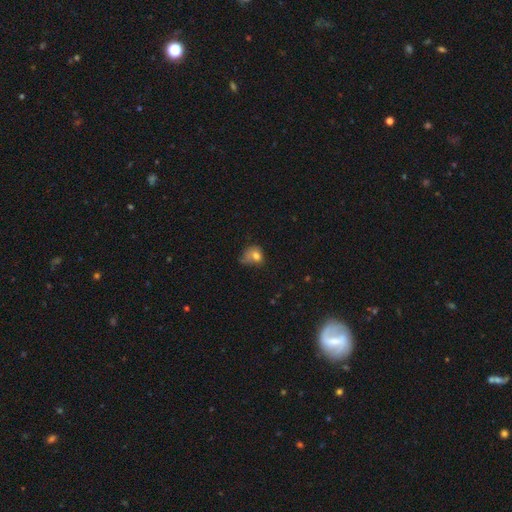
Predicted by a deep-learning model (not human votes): A smooth galaxy with no disk features (72%) that is round (51%).

Vote fractions:
- Smooth or featured? smooth: 72% / featured or disk: 16% / star or artifact: 12%
- How rounded? round: 51% / in between: 48% / cigar-shaped: 1%
- Merging? minor disturbance: 32% / major disturbance: 30% / none: 30% / merger: 8%